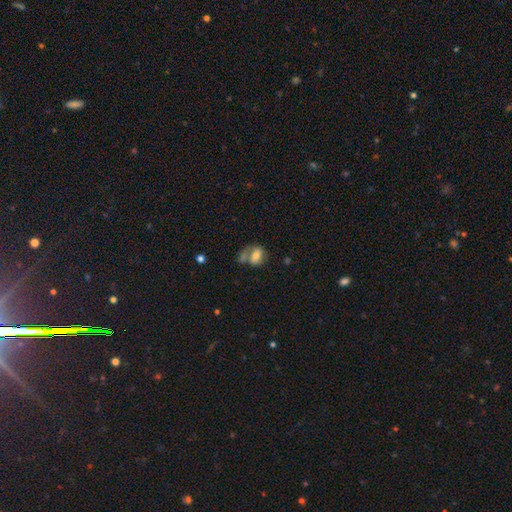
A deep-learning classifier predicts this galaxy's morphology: Overall: smooth (67%). How rounded: in between (70%). Merging: merger (40%; none 30%).